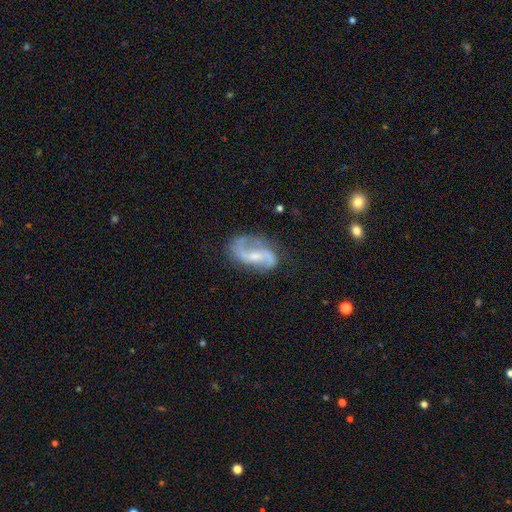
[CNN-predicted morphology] type=featured or disk (86%); edge-on=no (97%); bar=weak (47%); spiral arms=yes (96%); winding=loose (47%); arm count=2 (89%); bulge=small (51%); merging=none (69%).